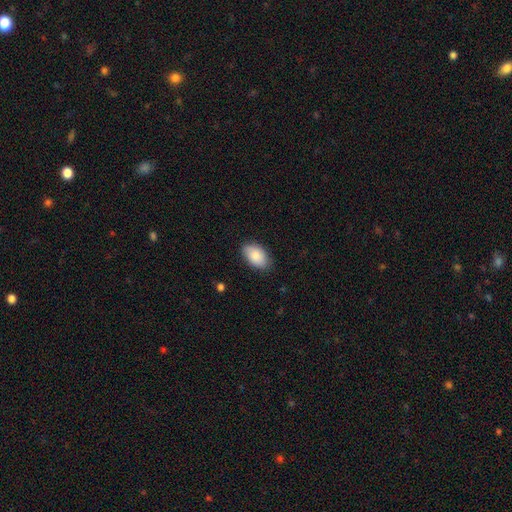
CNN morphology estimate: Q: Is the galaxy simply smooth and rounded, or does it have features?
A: smooth — 85%.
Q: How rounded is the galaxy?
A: in between — 92%.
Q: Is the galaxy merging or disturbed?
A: none — 83%.